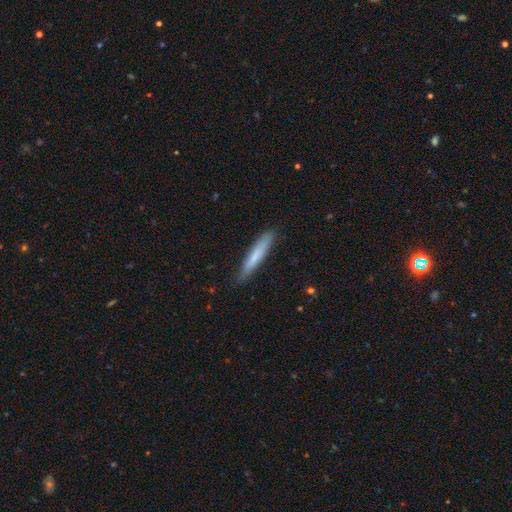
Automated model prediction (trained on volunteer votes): Smooth or featured: smooth — 73% (featured or disk — 22%)
How rounded: cigar-shaped — 93% (in between — 6%)
Merging: none — 86% (minor disturbance — 11%)